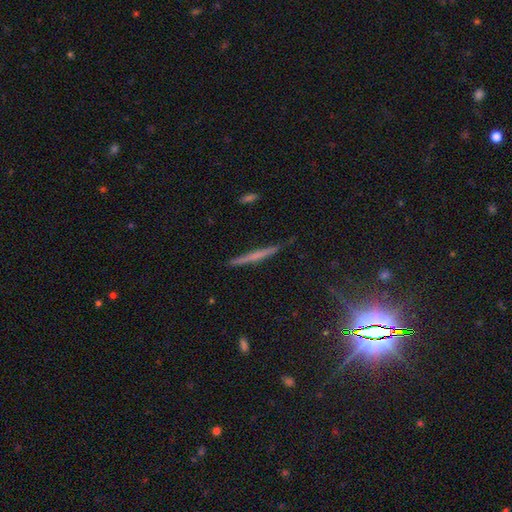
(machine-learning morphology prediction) type=featured or disk (50%); merging=none (88%).